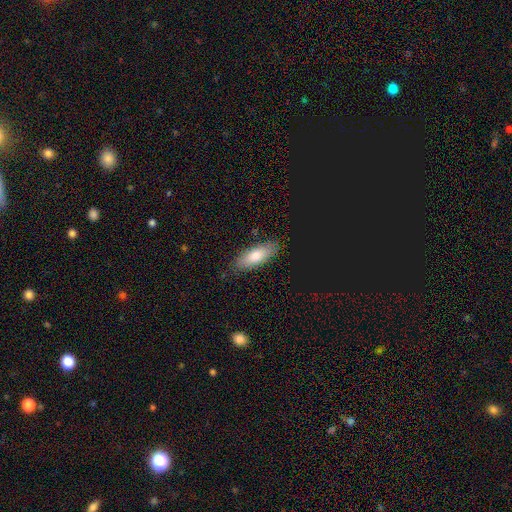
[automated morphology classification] A smooth galaxy with no disk features (75%) that is in between round and cigar-shaped (70%). Merging: none (84%).